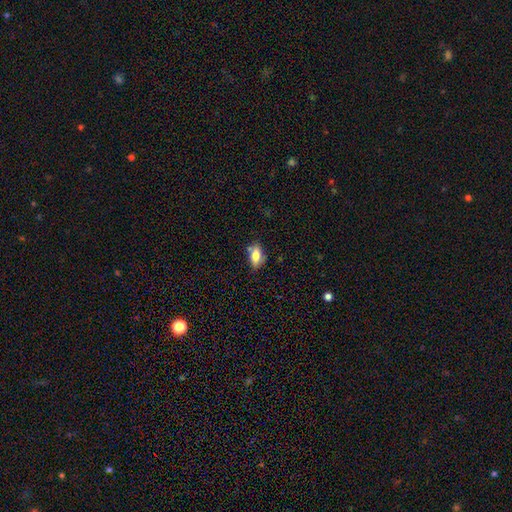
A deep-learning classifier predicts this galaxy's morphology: Smooth or featured?
  - smooth: 73% *
  - featured or disk: 18%
  - star or artifact: 8%
How rounded?
  - in between: 83% *
  - cigar-shaped: 12%
  - round: 5%
Merging?
  - none: 67% *
  - minor disturbance: 21%
  - merger: 7%
  - major disturbance: 5%